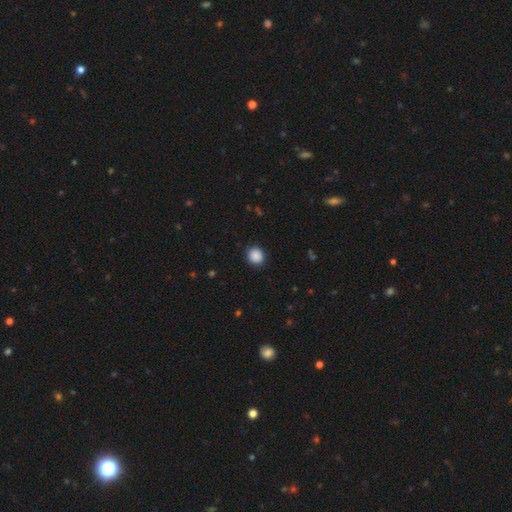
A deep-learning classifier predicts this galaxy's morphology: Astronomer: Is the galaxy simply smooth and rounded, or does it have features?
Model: smooth — 89%.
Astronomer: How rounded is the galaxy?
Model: round — 87%.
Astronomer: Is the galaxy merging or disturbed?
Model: none — 91%.